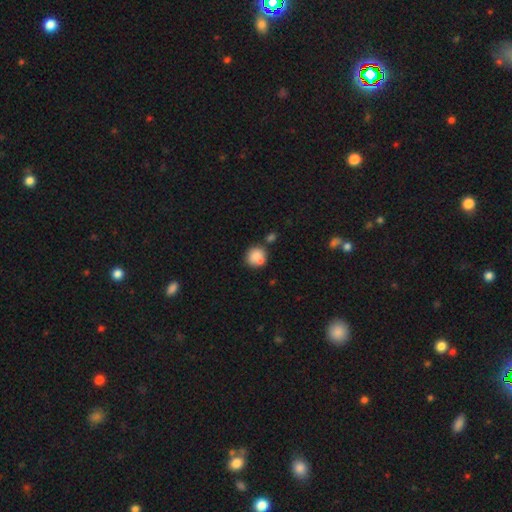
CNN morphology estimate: This is likely a smooth galaxy (79%). How rounded: clearly round (83%). Merging: possibly none (53%).